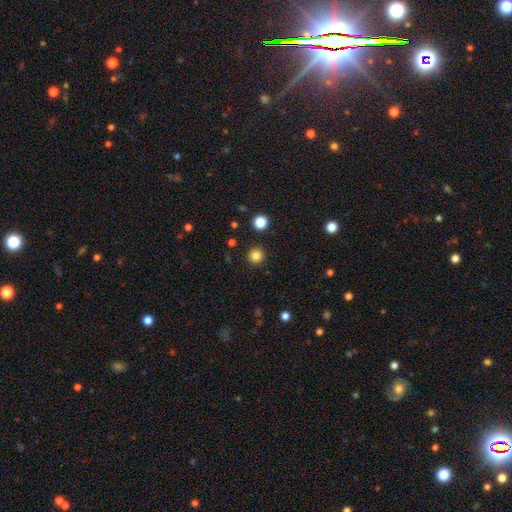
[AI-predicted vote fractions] Overall: smooth (84%). How rounded: round (96%). Merging: none (93%).